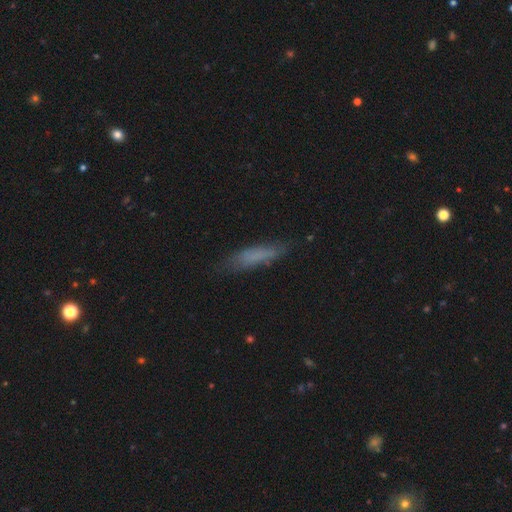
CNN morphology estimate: smooth-or-featured: smooth: 68% | featured or disk: 22% | star or artifact: 10%
  how-rounded: cigar-shaped: 77% | in between: 21% | round: 2%
  merging: none: 73% | minor disturbance: 20% | major disturbance: 6% | merger: 2%